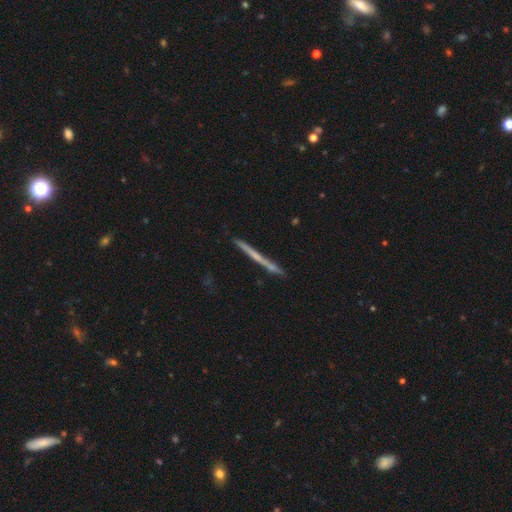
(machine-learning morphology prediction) Smooth or featured? featured or disk (49%)
Merging? none (84%)